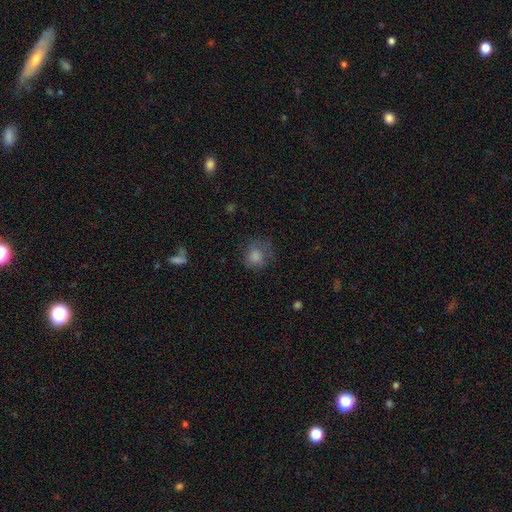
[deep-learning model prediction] Smooth or featured: smooth — 81% (star or artifact — 10%)
How rounded: round — 83% (in between — 16%)
Merging: none — 64% (minor disturbance — 22%)